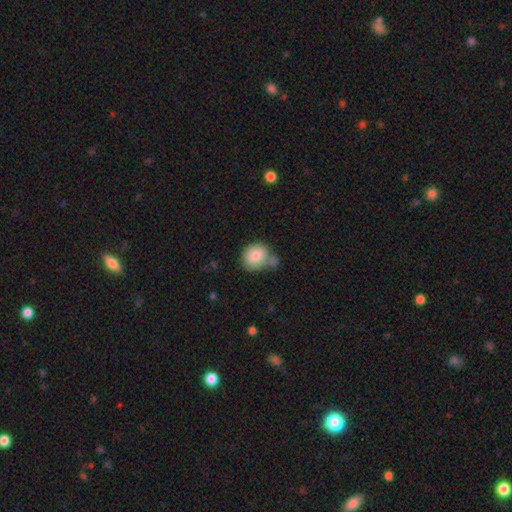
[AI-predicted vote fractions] Smooth or featured? smooth (82%)
How rounded? round (67%)
Merging? none (46%)